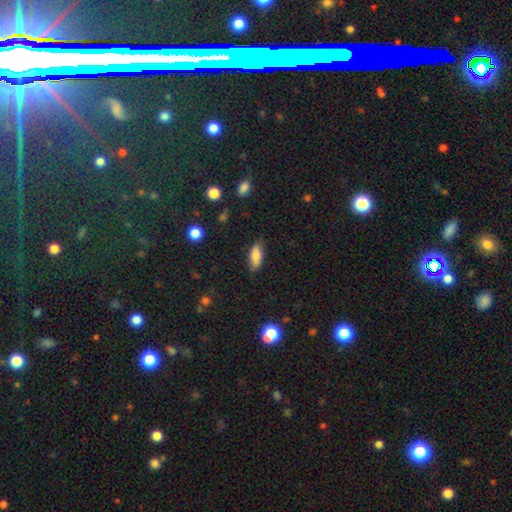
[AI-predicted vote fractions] The model was most divided on "how rounded": in between: 76%, cigar-shaped: 21%, round: 2%. More confident: merging — none (81%); smooth or featured — smooth (79%).